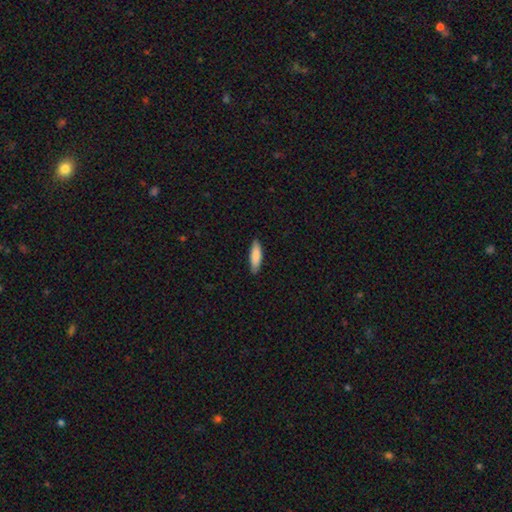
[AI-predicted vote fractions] A smooth galaxy with no disk features (86%) that is cigar-shaped (59%). Merging: none (86%).